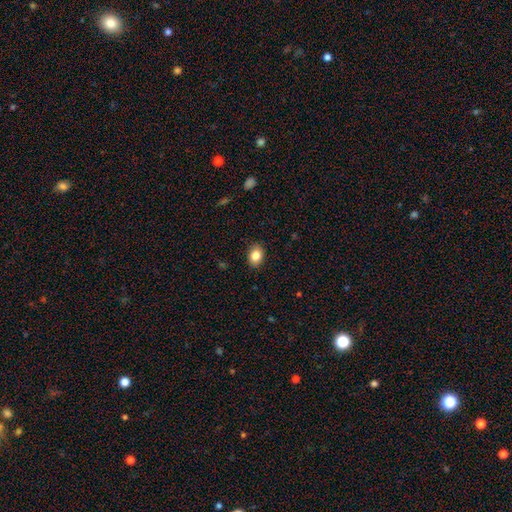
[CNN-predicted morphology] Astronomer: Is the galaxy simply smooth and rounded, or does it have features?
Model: smooth — 84%.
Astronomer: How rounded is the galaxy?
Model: in between — 66%.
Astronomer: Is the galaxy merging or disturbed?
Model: none — 88%.